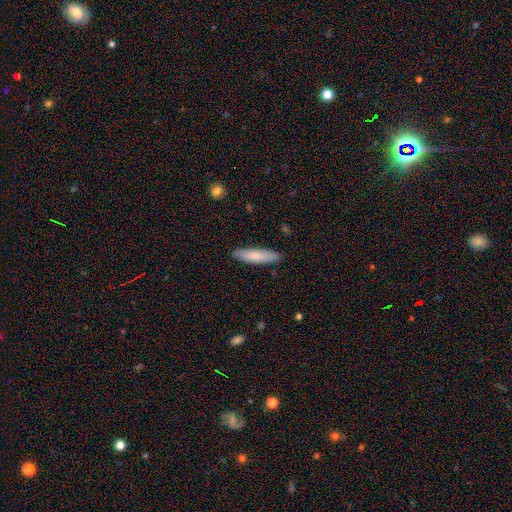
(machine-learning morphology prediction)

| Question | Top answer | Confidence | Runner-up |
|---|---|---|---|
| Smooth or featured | smooth | 78% | featured or disk (16%) |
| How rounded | cigar-shaped | 75% | in between (24%) |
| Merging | none | 88% | minor disturbance (9%) |